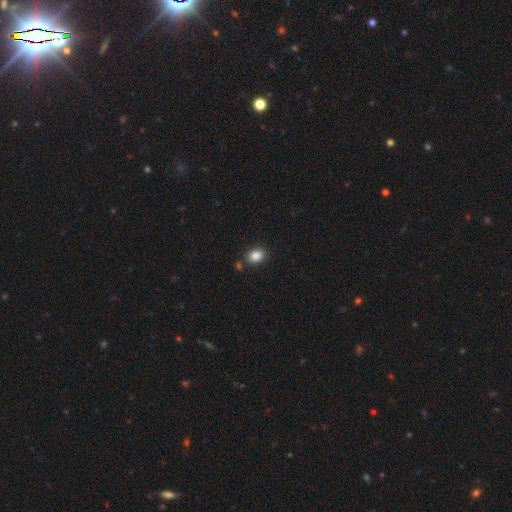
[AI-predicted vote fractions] smooth_or_featured: smooth (p=0.86) [alt: star or artifact p=0.09]
how_rounded: in between (p=0.68) [alt: round p=0.31]
merging: none (p=0.83) [alt: minor disturbance p=0.10]